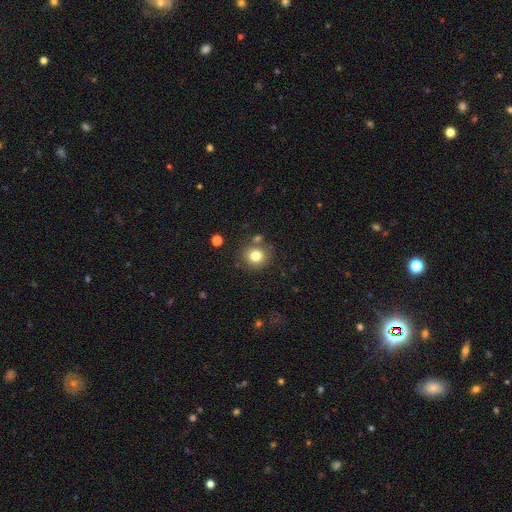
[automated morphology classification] Smooth or featured?
  - smooth: 79% *
  - star or artifact: 12%
  - featured or disk: 8%
How rounded?
  - round: 87% *
  - in between: 13%
  - cigar-shaped: 1%
Merging?
  - none: 80% *
  - minor disturbance: 9%
  - merger: 7%
  - major disturbance: 3%